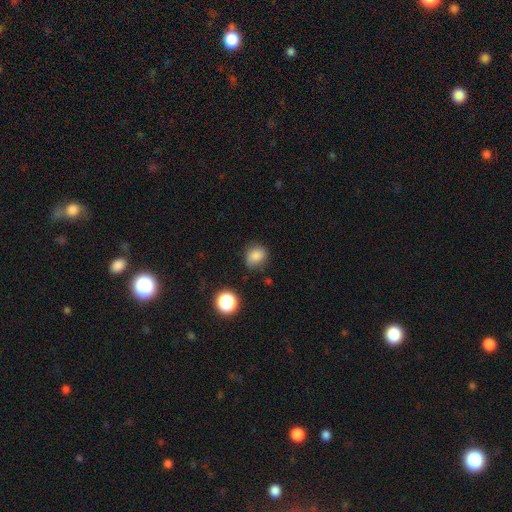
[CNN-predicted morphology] smooth_or_featured: smooth (p=0.82) [alt: star or artifact p=0.12]
how_rounded: round (p=0.58) [alt: in between p=0.41]
merging: none (p=0.73) [alt: minor disturbance p=0.20]